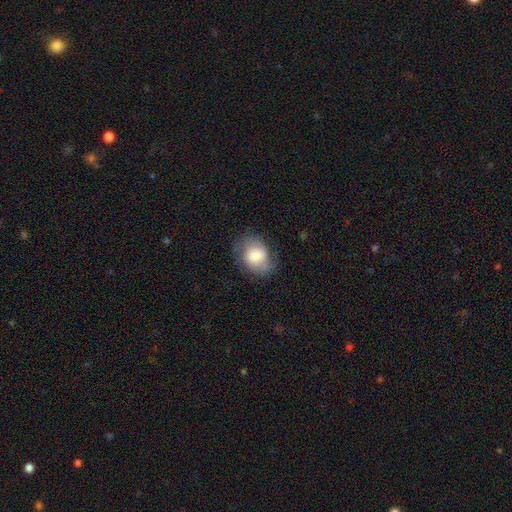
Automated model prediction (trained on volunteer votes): smooth 63%, featured or disk 28%, star or artifact 8%. Down the decision tree: how rounded — in between (57%); merging — none (63%).